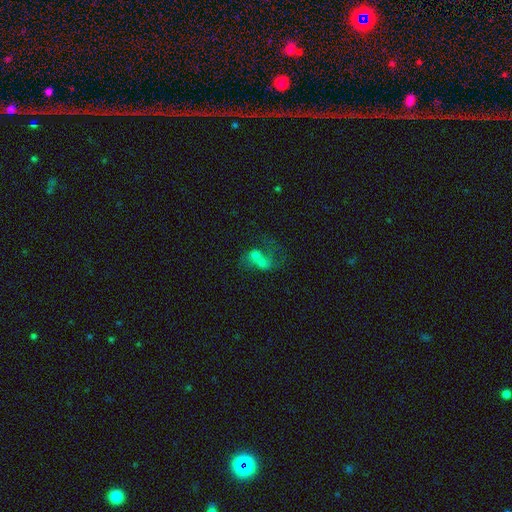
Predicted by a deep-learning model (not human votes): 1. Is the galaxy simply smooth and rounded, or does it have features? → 46% smooth, 42% featured or disk, 13% star or artifact.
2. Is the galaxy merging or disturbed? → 75% merger, 11% none, 8% major disturbance, 5% minor disturbance.